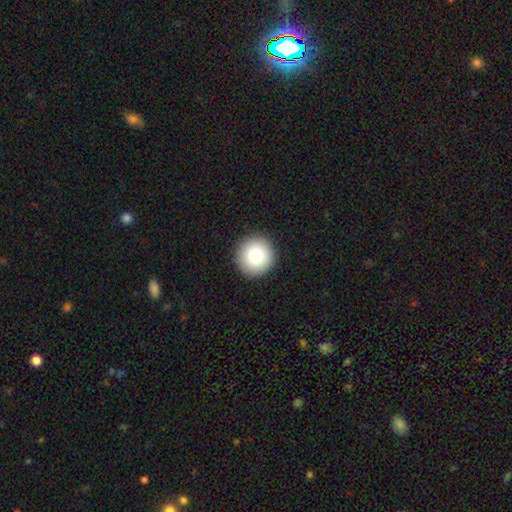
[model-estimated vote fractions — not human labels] Smooth or featured? Predicted: smooth (p=0.80). How rounded? Predicted: round (p=0.96). Merging? Predicted: none (p=0.93).